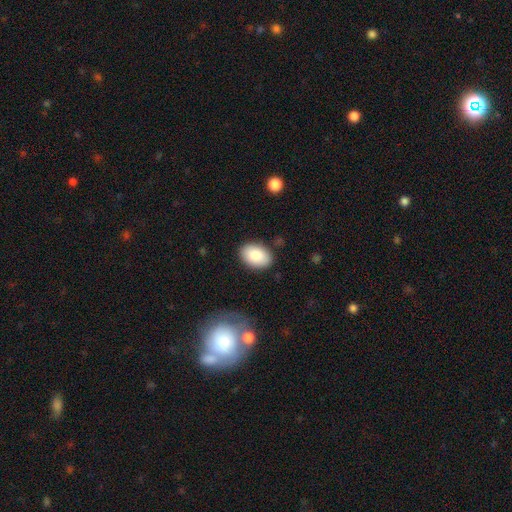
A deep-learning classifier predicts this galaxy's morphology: The model was most divided on "how rounded": in between: 87%, round: 12%, cigar-shaped: 1%. More confident: merging — none (86%); smooth or featured — smooth (86%).